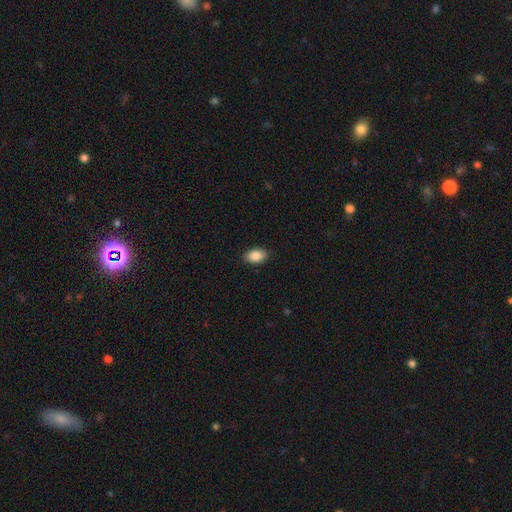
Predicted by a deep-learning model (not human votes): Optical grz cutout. It shows a smooth galaxy with no disk features (88%) that is in between round and cigar-shaped (88%). Merging: none (88%).